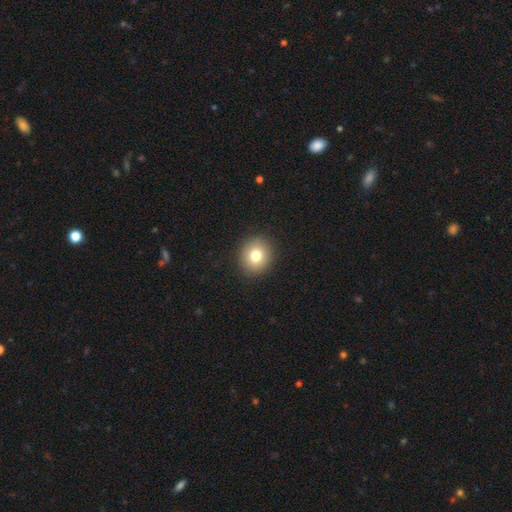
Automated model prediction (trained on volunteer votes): Overall: smooth (78%). How rounded: round (82%). Merging: none (91%).